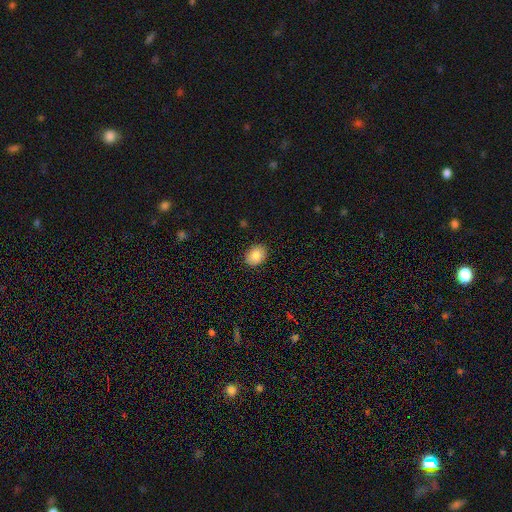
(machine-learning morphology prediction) The model was most divided on "how rounded": in between: 63%, round: 36%, cigar-shaped: 1%. More confident: smooth or featured — smooth (88%); merging — none (88%).